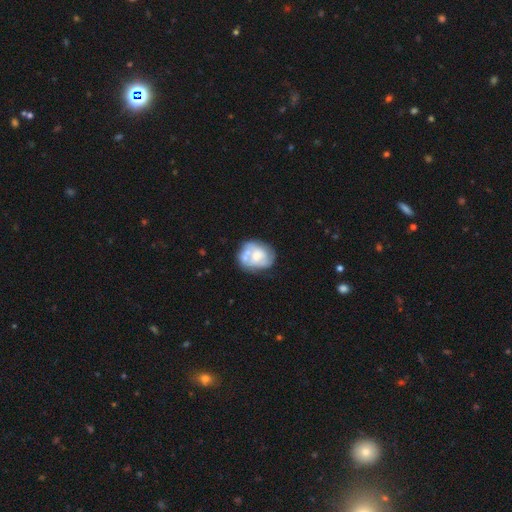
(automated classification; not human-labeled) Smooth or featured?
  - featured or disk: 54% *
  - smooth: 39%
  - star or artifact: 7%
Edge-on disk?
  - no: 98% *
  - yes: 2%
Bar?
  - no: 76% *
  - weak: 19%
  - strong: 4%
Spiral arms?
  - no: 58% *
  - yes: 42%
Bulge size?
  - moderate: 48% *
  - small: 29%
  - large: 11%
  - none: 10%
  - dominant: 2%
Merging?
  - none: 47% *
  - minor disturbance: 22%
  - merger: 20%
  - major disturbance: 11%